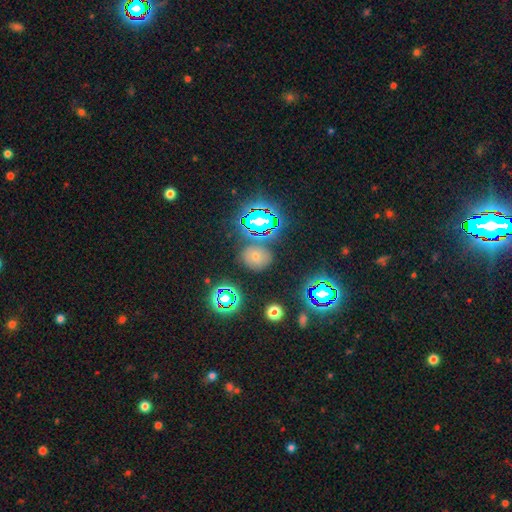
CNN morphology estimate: A smooth galaxy with no disk features (47%).

Vote fractions:
- Smooth or featured? smooth: 47% / star or artifact: 42% / featured or disk: 11%
- Merging? none: 80% / minor disturbance: 10% / merger: 6% / major disturbance: 4%